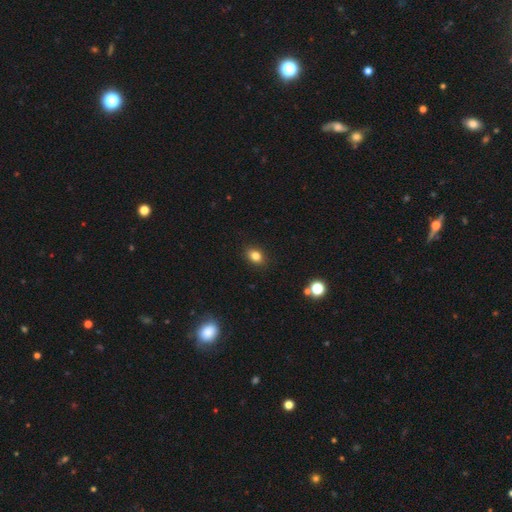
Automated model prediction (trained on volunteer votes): A smooth galaxy with no disk features (82%) that is in between round and cigar-shaped (62%). Merging: none (89%).